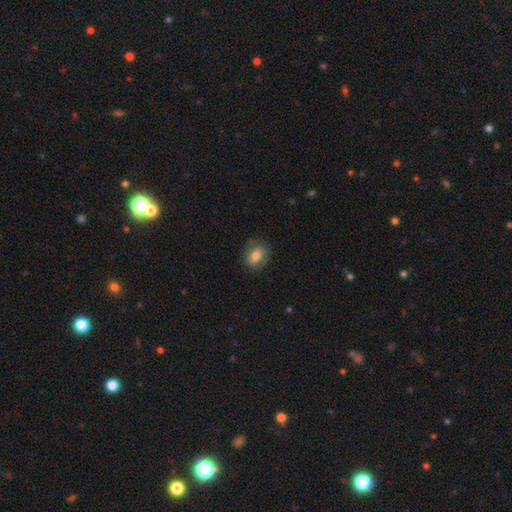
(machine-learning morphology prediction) A smooth galaxy with no disk features (71%) that is in between round and cigar-shaped (64%). Merging: none (75%).